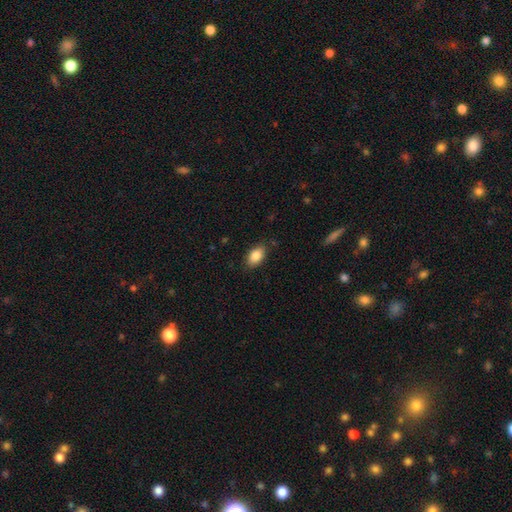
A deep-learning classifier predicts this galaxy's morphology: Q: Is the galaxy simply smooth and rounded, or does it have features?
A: smooth — 86%.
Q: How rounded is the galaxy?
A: in between — 90%.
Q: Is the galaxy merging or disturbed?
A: none — 83%.